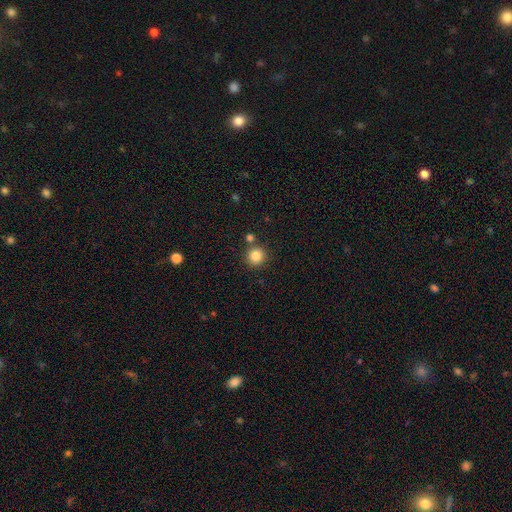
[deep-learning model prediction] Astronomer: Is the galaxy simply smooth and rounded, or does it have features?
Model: smooth — 84%.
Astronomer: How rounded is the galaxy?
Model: round — 94%.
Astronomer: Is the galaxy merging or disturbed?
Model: none — 81%.